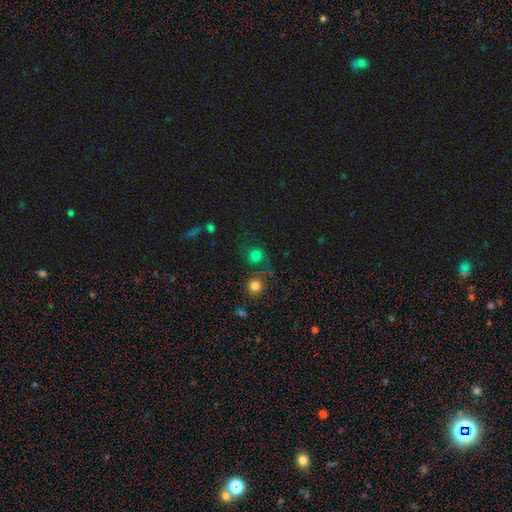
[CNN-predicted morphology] Overall: smooth (73%). How rounded: round (87%). Merging: none (59%).